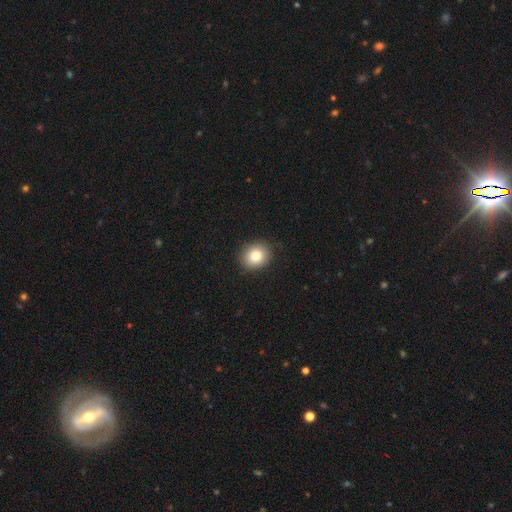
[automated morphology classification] This is clearly a smooth galaxy (82%). How rounded: likely round (68%). Merging: clearly none (89%).